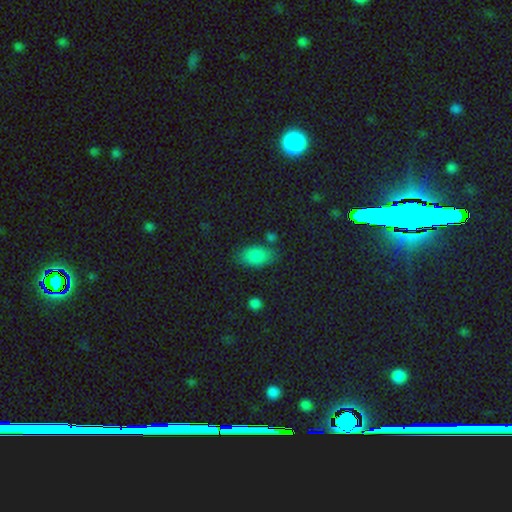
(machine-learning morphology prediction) Smooth or featured? Predicted: smooth (p=0.81). How rounded? Predicted: in between (p=0.91). Merging? Predicted: none (p=0.72).